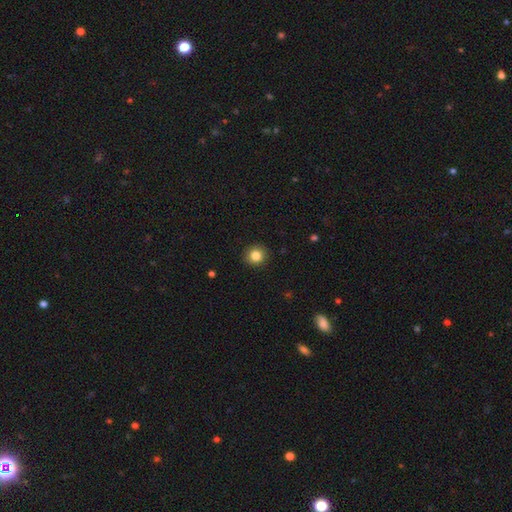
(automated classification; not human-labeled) This is clearly a smooth galaxy (83%). How rounded: clearly round (90%). Merging: clearly none (92%).